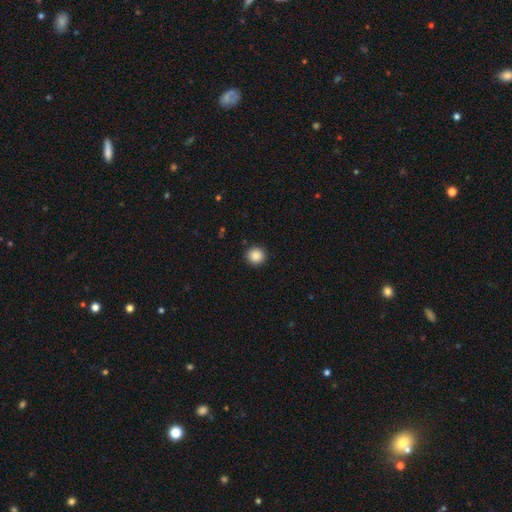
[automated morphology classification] This appears to be a smooth galaxy with no disk features (87%) that is round (95%). Merging: none (92%).